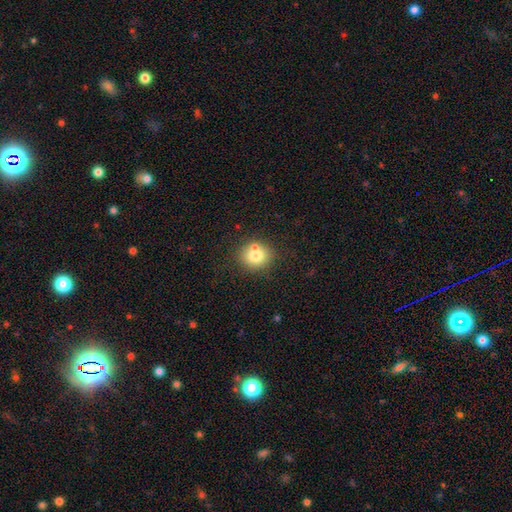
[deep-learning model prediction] A smooth galaxy with no disk features (75%) that is round (79%).

Vote fractions:
- Smooth or featured? smooth: 75% / featured or disk: 14% / star or artifact: 11%
- How rounded? round: 79% / in between: 20% / cigar-shaped: 1%
- Merging? none: 67% / merger: 20% / minor disturbance: 11% / major disturbance: 3%